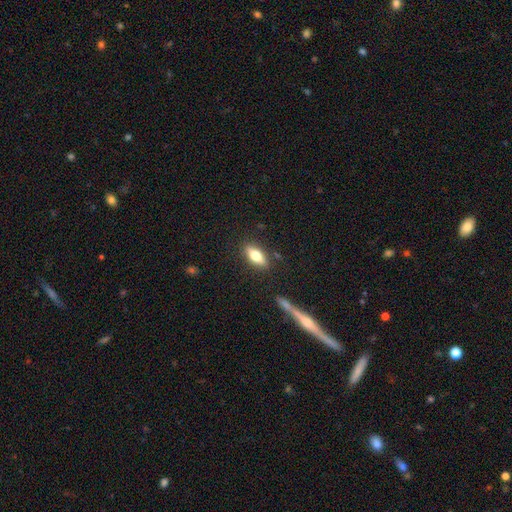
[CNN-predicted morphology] smooth 70%, featured or disk 22%, star or artifact 7%. Down the decision tree: how rounded — in between (77%); merging — none (83%).